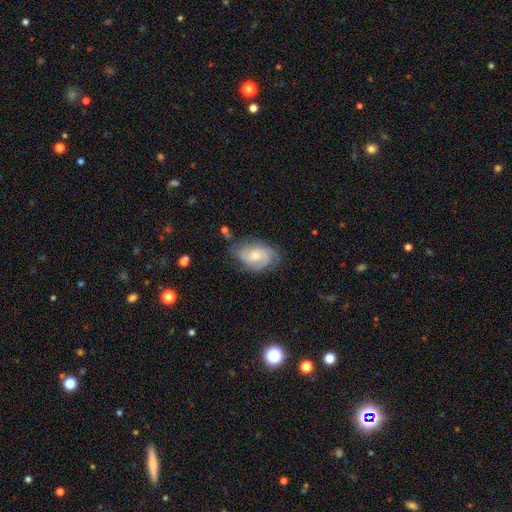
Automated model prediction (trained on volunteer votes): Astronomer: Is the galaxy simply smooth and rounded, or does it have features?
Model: featured or disk — 71%.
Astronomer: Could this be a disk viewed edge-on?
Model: no — 96%.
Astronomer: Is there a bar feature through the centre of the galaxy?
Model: no — 68%.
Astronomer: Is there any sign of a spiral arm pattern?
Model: yes — 92%.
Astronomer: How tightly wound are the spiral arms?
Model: tight — 49% (runner-up: medium, 38%).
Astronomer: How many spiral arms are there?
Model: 3 — 31% (runner-up: can't tell, 28%).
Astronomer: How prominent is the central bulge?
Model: moderate — 48% (runner-up: small, 46%).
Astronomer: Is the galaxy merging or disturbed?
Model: none — 66%.